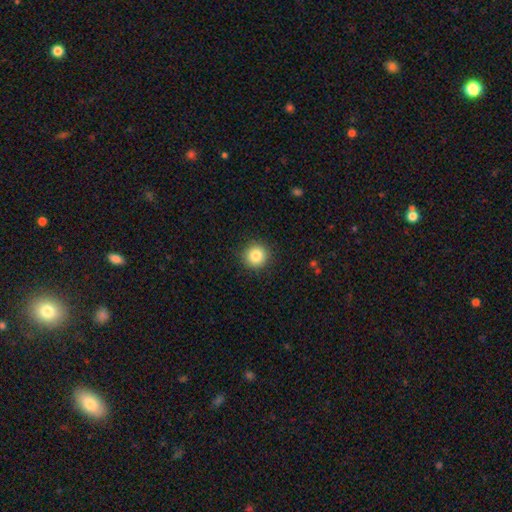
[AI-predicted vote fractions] The model was most divided on "smooth or featured": smooth: 83%, star or artifact: 10%, featured or disk: 6%. More confident: how rounded — round (94%); merging — none (91%).